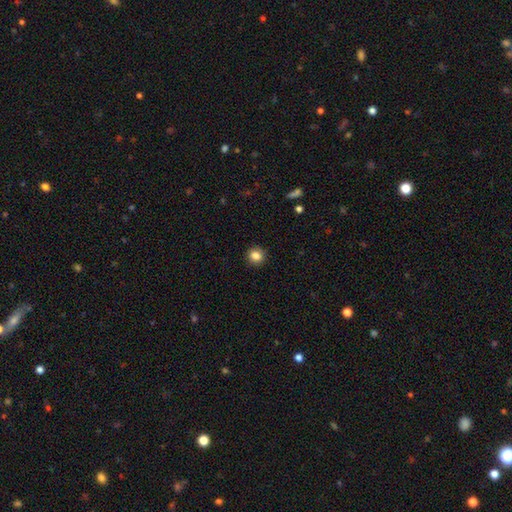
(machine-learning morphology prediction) Overall: smooth (84%). How rounded: round (85%). Merging: none (90%).